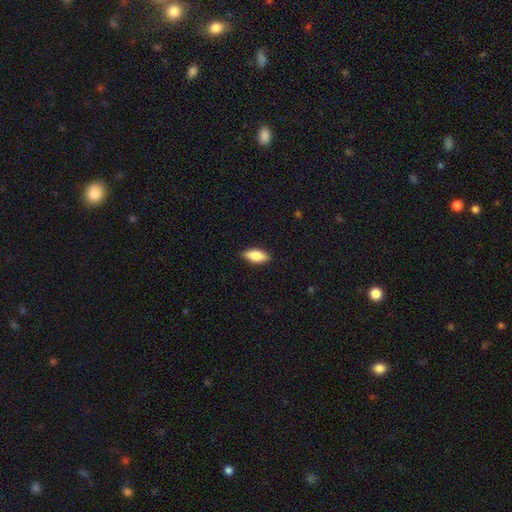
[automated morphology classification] smooth 81%, featured or disk 12%, star or artifact 6%. Down the decision tree: how rounded — in between (82%); merging — none (88%).